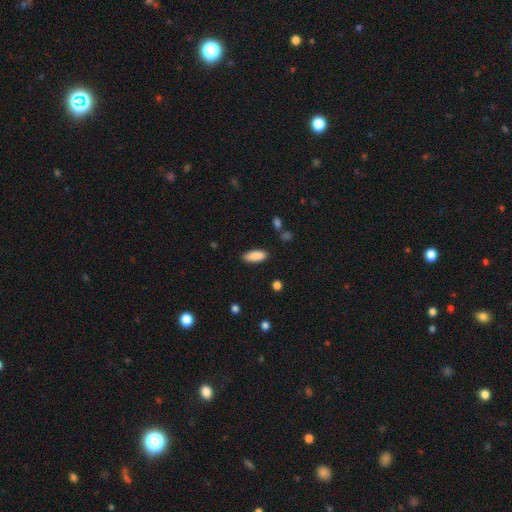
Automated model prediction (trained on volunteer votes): smooth-or-featured: smooth: 89% | star or artifact: 6% | featured or disk: 5%
  how-rounded: in between: 77% | cigar-shaped: 21% | round: 2%
  merging: none: 86% | minor disturbance: 10% | major disturbance: 2% | merger: 2%